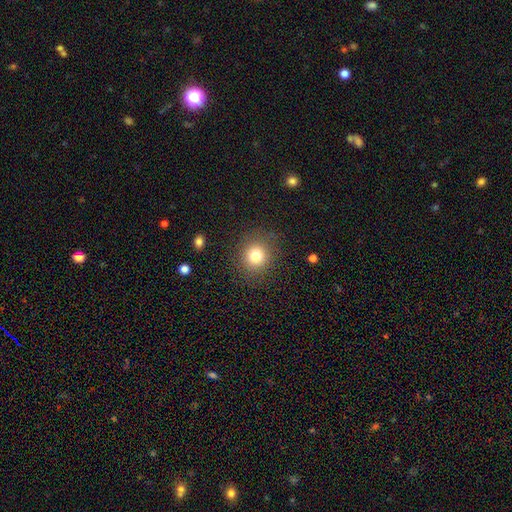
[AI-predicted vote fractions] smooth_or_featured: smooth (p=0.80) [alt: star or artifact p=0.12]
how_rounded: round (p=0.85) [alt: in between p=0.14]
merging: none (p=0.87) [alt: minor disturbance p=0.08]